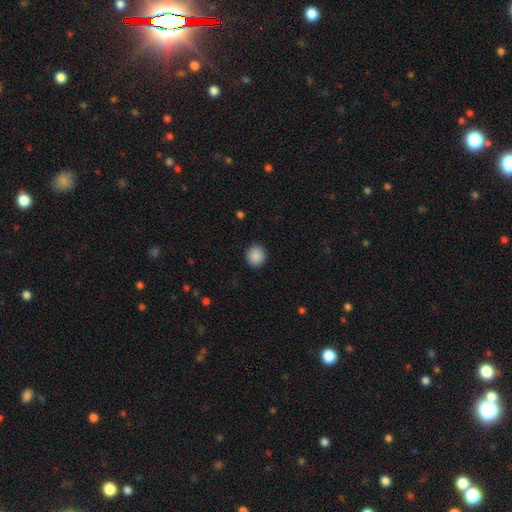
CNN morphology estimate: A smooth galaxy with no disk features (89%) that is round (86%).

Vote fractions:
- Smooth or featured? smooth: 89% / star or artifact: 8% / featured or disk: 3%
- How rounded? round: 86% / in between: 13% / cigar-shaped: 1%
- Merging? none: 91% / minor disturbance: 6% / major disturbance: 2% / merger: 1%